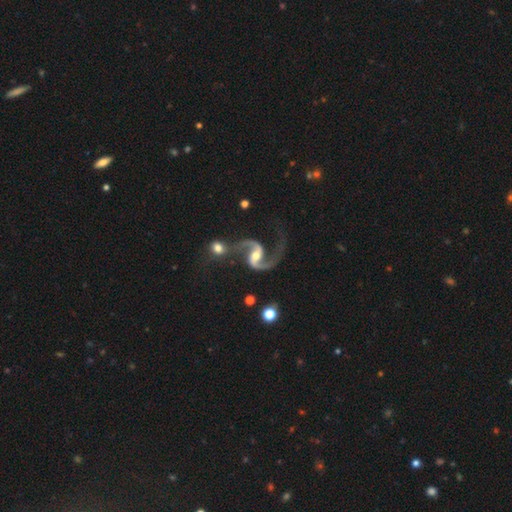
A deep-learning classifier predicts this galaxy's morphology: This appears to be a featured or disk galaxy (94%) with a weak bar (41%), 2 (94%) loose (56%) spiral arms (98%) and a moderate central bulge (62%). Merging: none (59%).